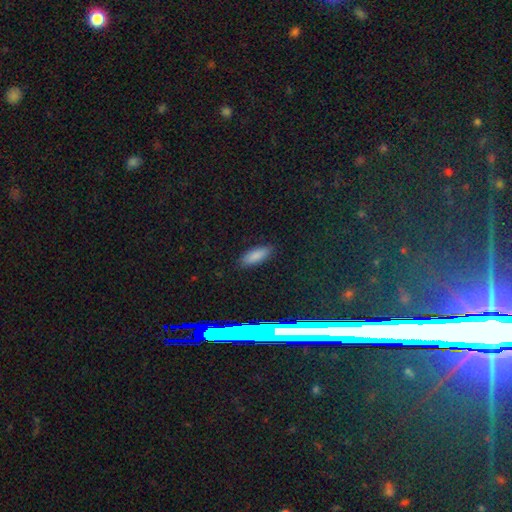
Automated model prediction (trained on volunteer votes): Morphology: type=smooth (82%); roundness=in between (75%); merging=none (88%).